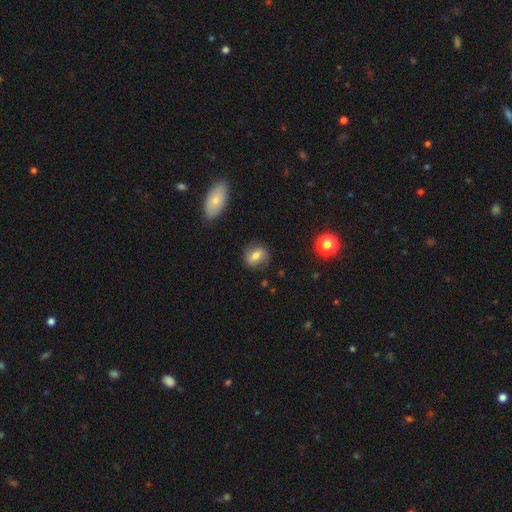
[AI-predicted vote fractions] smooth 64%, featured or disk 26%, star or artifact 10%. Down the decision tree: how rounded — in between (53%); merging — none (79%).